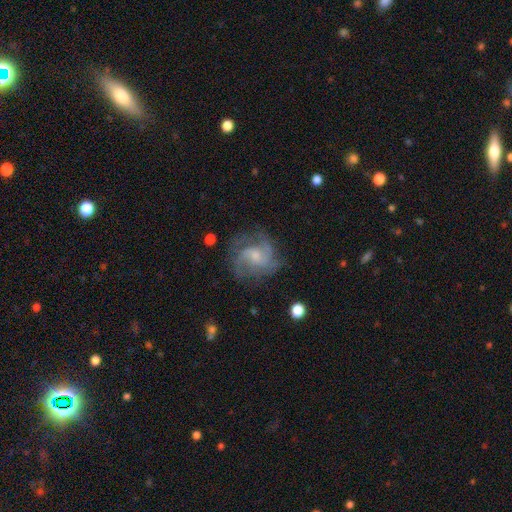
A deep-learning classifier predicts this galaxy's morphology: This is clearly a featured or disk galaxy (82%). It is clearly not viewed edge-on (98%). Bar: possibly no (59%). Spiral arm pattern: clearly yes (95%). Spiral arm count: marginally 2 (35%). Spiral winding: possibly medium (53%). Central bulge: possibly small (60%). Merging: likely none (68%).